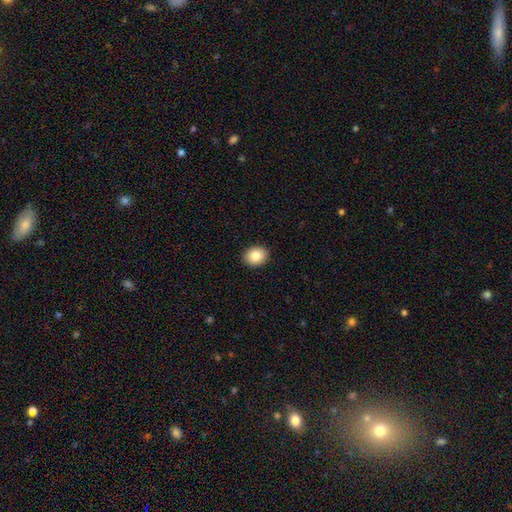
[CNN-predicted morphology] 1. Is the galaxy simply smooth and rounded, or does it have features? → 84% smooth, 9% star or artifact, 7% featured or disk.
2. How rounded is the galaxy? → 60% round, 39% in between, 1% cigar-shaped.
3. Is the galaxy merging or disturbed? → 92% none, 6% minor disturbance, 2% major disturbance, 1% merger.